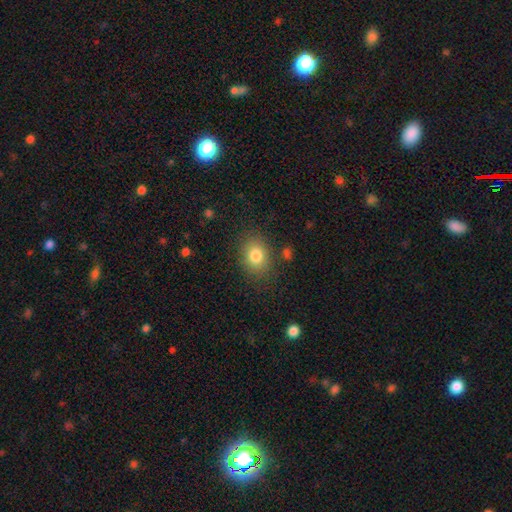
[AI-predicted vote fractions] smooth_or_featured: smooth (p=0.81) [alt: star or artifact p=0.10]
how_rounded: in between (p=0.57) [alt: round p=0.42]
merging: none (p=0.81) [alt: minor disturbance p=0.12]